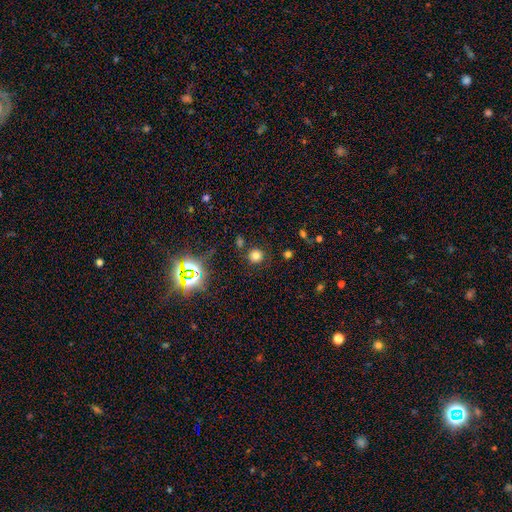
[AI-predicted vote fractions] Smooth or featured: smooth — 72% (star or artifact — 21%)
How rounded: round — 91% (in between — 8%)
Merging: none — 83% (minor disturbance — 8%)